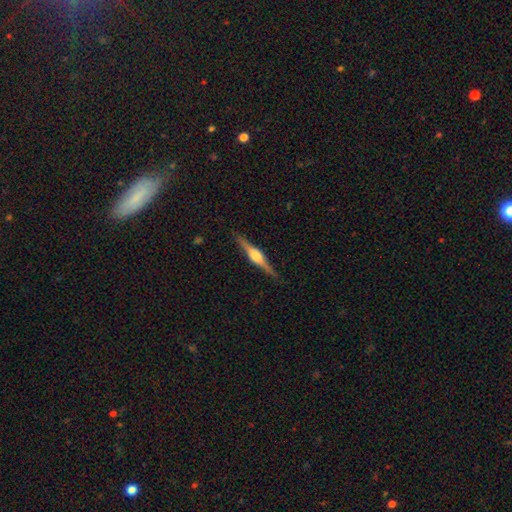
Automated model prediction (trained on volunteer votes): Smooth or featured? featured or disk (80%)
Edge-on disk? yes (98%)
Edge-on bulge? rounded (85%)
Merging? none (89%)